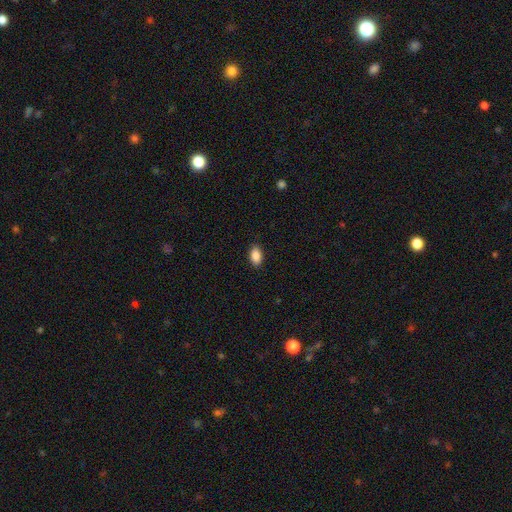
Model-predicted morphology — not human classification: Smooth or featured?
  - smooth: 89% *
  - star or artifact: 7%
  - featured or disk: 4%
How rounded?
  - in between: 92% *
  - round: 6%
  - cigar-shaped: 2%
Merging?
  - none: 88% *
  - minor disturbance: 9%
  - major disturbance: 2%
  - merger: 1%